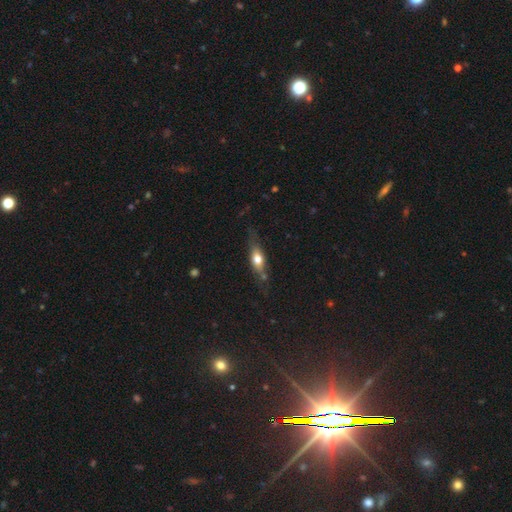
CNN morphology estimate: Smooth or featured? Predicted: featured or disk (p=0.55). Edge-on disk? Predicted: yes (p=0.85). Merging? Predicted: none (p=0.77).